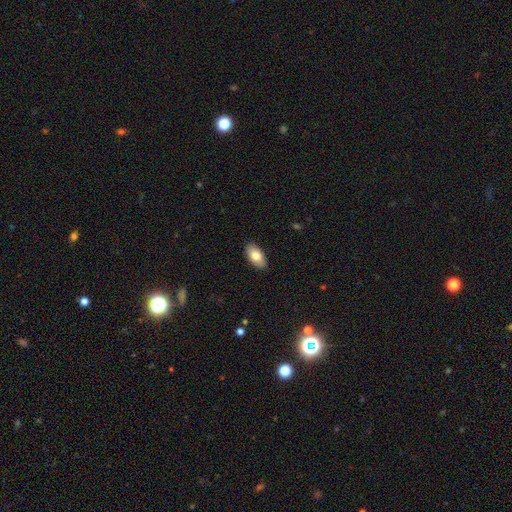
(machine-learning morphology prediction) type=smooth (78%); roundness=in between (94%); merging=none (89%).